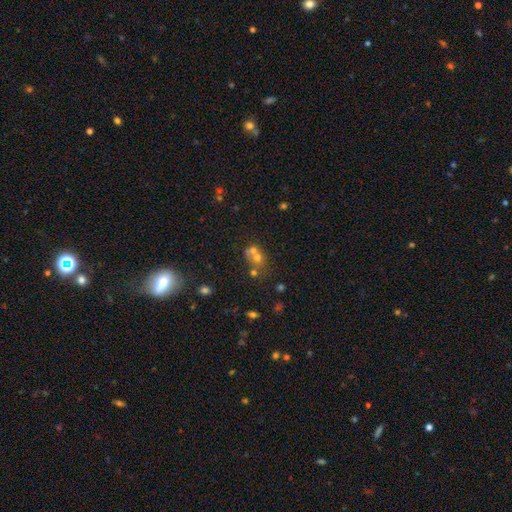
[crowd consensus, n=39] A smooth galaxy with no disk features (67%) that is round (73%).

Vote fractions:
- Smooth or featured? smooth: 67% / featured or disk: 28% / star or artifact: 5%
- How rounded? round: 73% / in between: 27% / cigar-shaped: 0%
- Merging? merger: 68% / none: 22% / minor disturbance: 11% / major disturbance: 0%